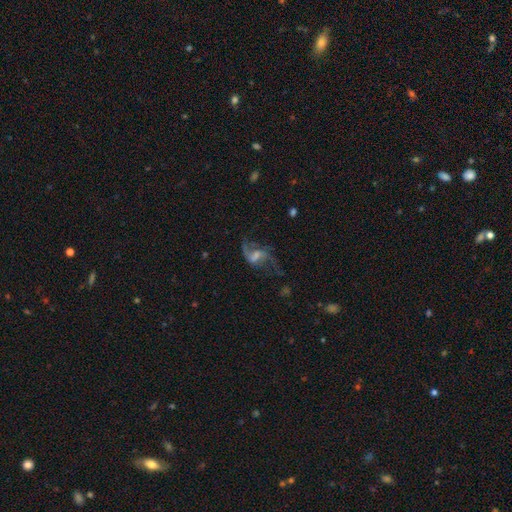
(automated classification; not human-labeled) smooth-or-featured: featured or disk: 76% | smooth: 14% | star or artifact: 10%
  disk-edge-on: no: 97% | yes: 3%
    bar: weak: 52% | no: 26% | strong: 22%
    has-spiral-arms: yes: 89% | no: 11%
      spiral-winding: loose: 76% | medium: 20% | tight: 4%
      spiral-arm-count: 2: 78% | 1: 8% | can't tell: 6% | 3: 4% | 4: 2% | more than 4: 2%
    bulge-size: small: 33% | moderate: 30% | none: 28% | large: 8% | dominant: 2%
  merging: none: 45% | major disturbance: 34% | minor disturbance: 17% | merger: 4%